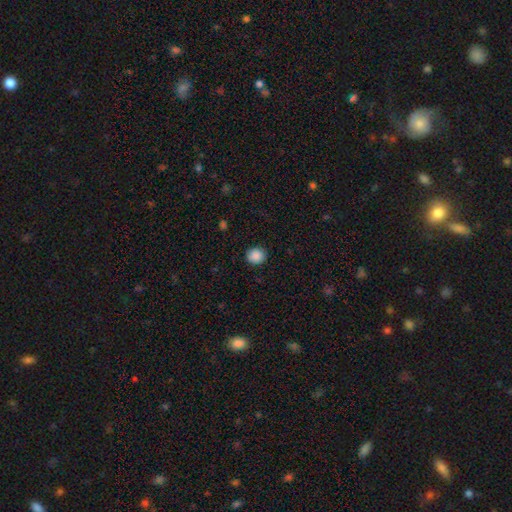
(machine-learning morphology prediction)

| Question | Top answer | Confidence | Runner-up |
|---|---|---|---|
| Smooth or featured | smooth | 88% | star or artifact (9%) |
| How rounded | round | 84% | in between (16%) |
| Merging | none | 90% | minor disturbance (7%) |